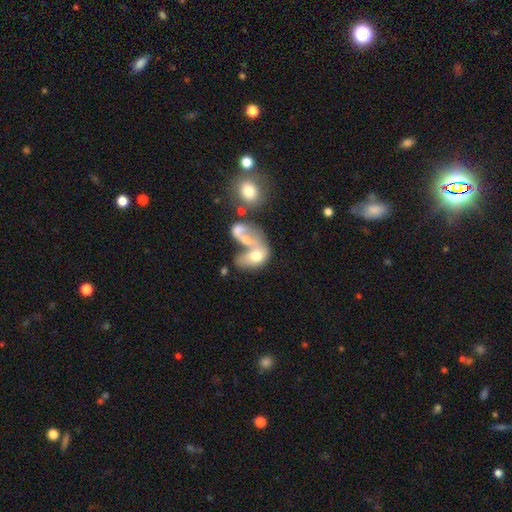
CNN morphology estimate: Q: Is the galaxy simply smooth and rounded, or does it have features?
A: smooth — 54%.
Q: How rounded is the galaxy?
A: in between — 77%.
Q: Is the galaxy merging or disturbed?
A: merger — 69%.